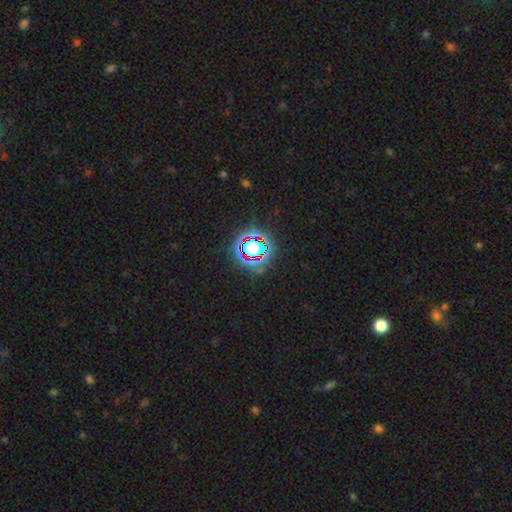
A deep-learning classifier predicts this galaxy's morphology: Smooth or featured?
  - star or artifact: 77% *
  - smooth: 14%
  - featured or disk: 9%